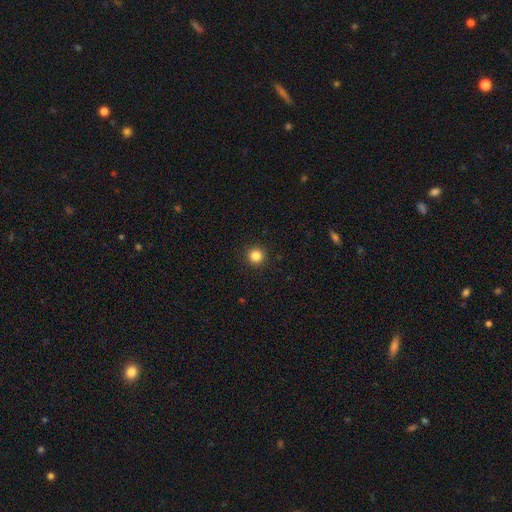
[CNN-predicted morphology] Smooth or featured: smooth — 84% (star or artifact — 12%)
How rounded: round — 96% (in between — 3%)
Merging: none — 93% (minor disturbance — 5%)